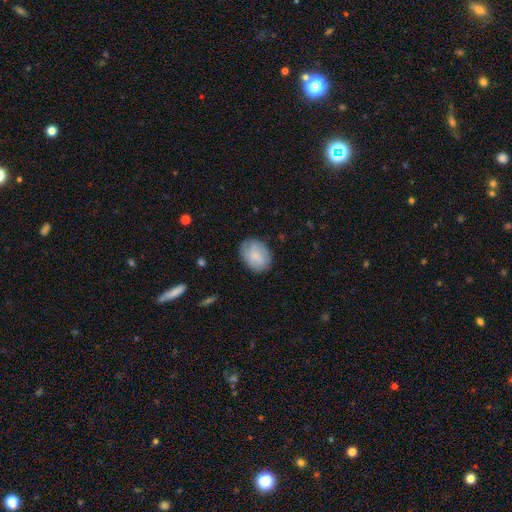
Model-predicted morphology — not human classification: smooth_or_featured: smooth (p=0.69) [alt: featured or disk p=0.24]
how_rounded: in between (p=0.69) [alt: round p=0.30]
merging: none (p=0.78) [alt: minor disturbance p=0.16]